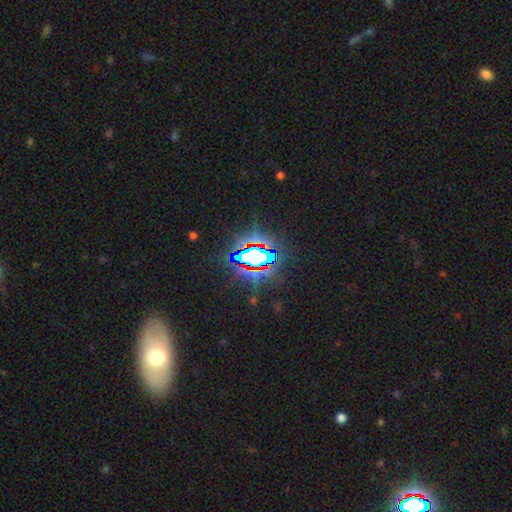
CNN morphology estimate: smooth-or-featured: star or artifact: 75% | smooth: 14% | featured or disk: 11%